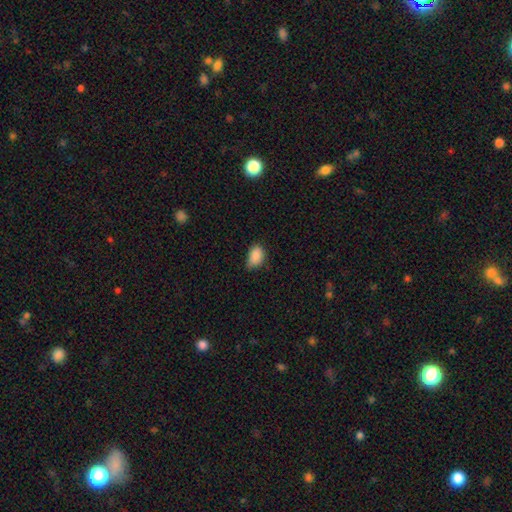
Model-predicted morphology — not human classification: This appears to be a smooth galaxy with no disk features (87%) that is in between round and cigar-shaped (83%). Merging: none (55%).